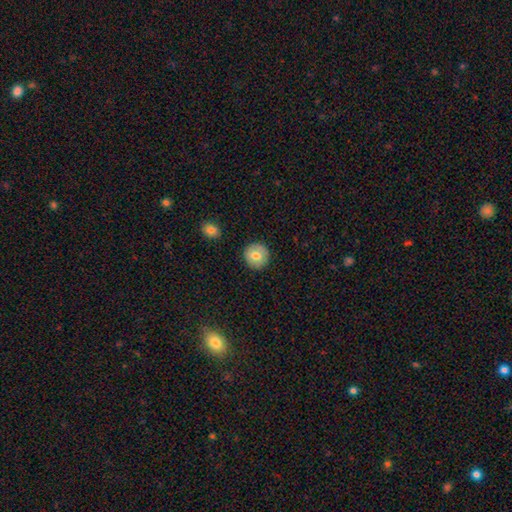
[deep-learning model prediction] Morphology: type=smooth (73%); roundness=round (93%); merging=none (90%).